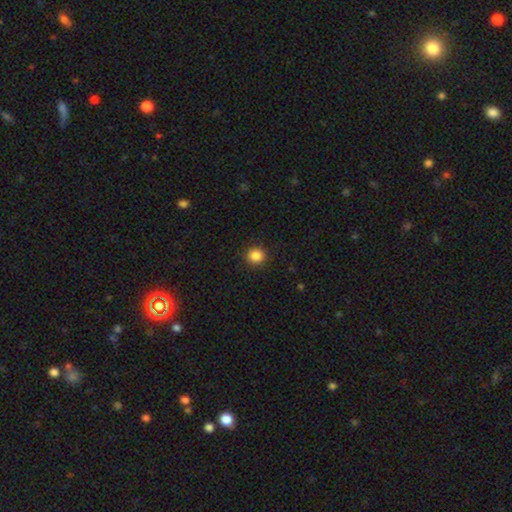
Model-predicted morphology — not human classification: A smooth galaxy with no disk features (86%) that is round (93%). Merging: none (91%).